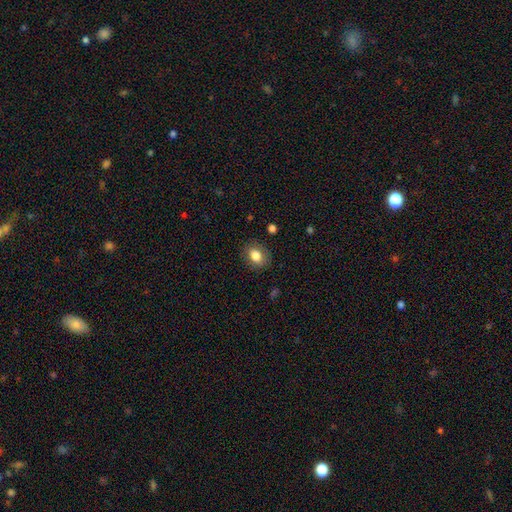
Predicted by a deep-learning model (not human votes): Smooth or featured? Predicted: smooth (p=0.82). How rounded? Predicted: in between (p=0.61). Merging? Predicted: none (p=0.84).